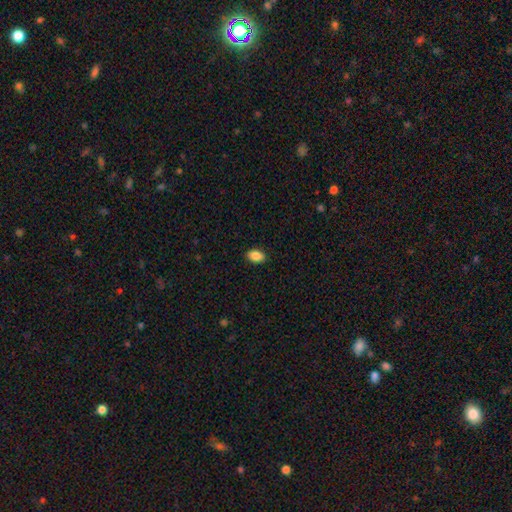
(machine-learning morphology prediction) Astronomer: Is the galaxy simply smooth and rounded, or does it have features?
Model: smooth — 88%.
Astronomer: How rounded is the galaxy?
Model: in between — 88%.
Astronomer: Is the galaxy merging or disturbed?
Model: none — 90%.